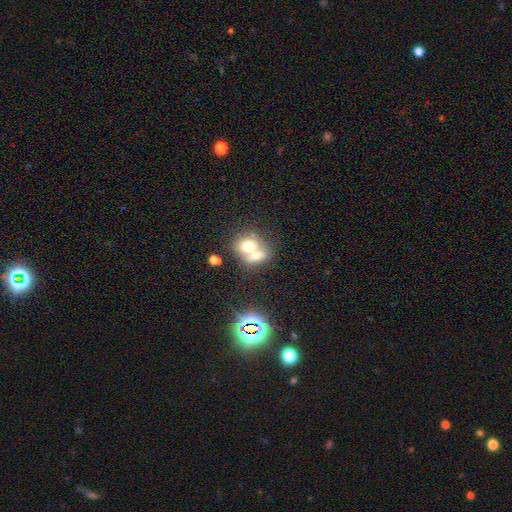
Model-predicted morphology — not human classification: Q: Smooth or featured?
A: smooth (66%); runner-up: featured or disk (21%)
Q: How rounded?
A: in between (55%); runner-up: round (43%)
Q: Merging?
A: merger (66%); runner-up: none (23%)